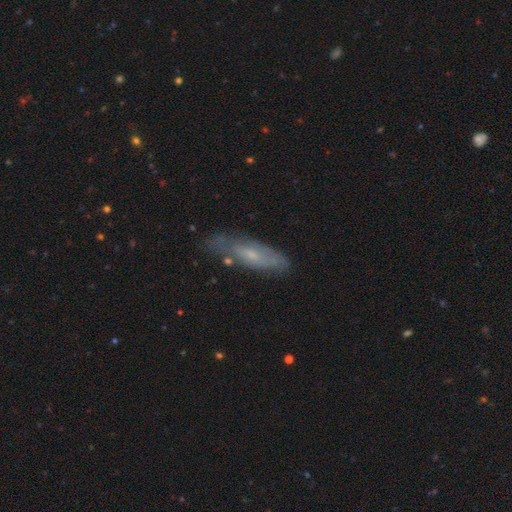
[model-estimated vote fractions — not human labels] smooth-or-featured: featured or disk: 51% | smooth: 36% | star or artifact: 12%
  disk-edge-on: no: 61% | yes: 39%
  merging: none: 73% | minor disturbance: 19% | major disturbance: 6% | merger: 2%